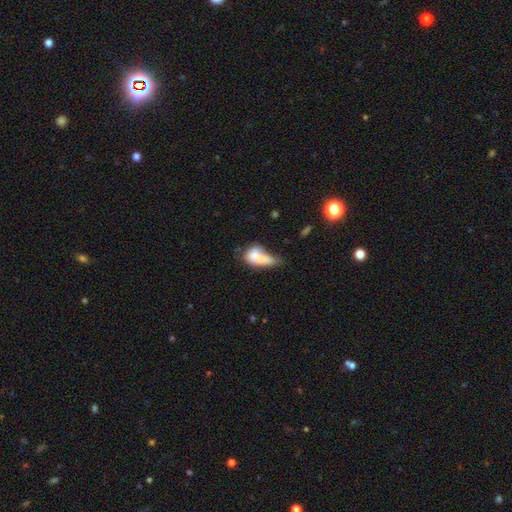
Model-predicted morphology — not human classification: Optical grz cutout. It shows a smooth galaxy with no disk features (69%) that is in between round and cigar-shaped (75%). Merging: merger (28%, tied with major disturbance).